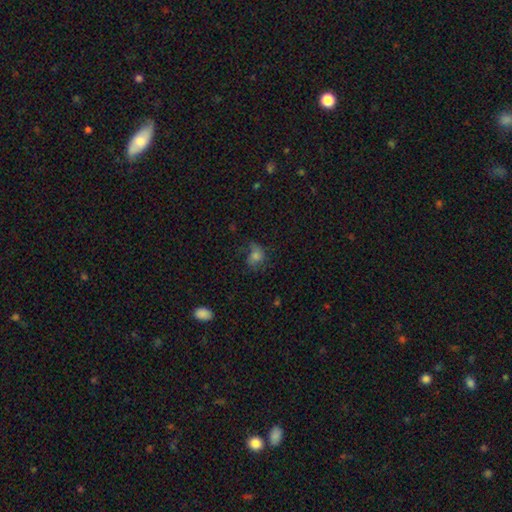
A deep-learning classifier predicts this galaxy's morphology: This appears to be a smooth galaxy with no disk features (57%) that is round (54%). Merging: none (50%).